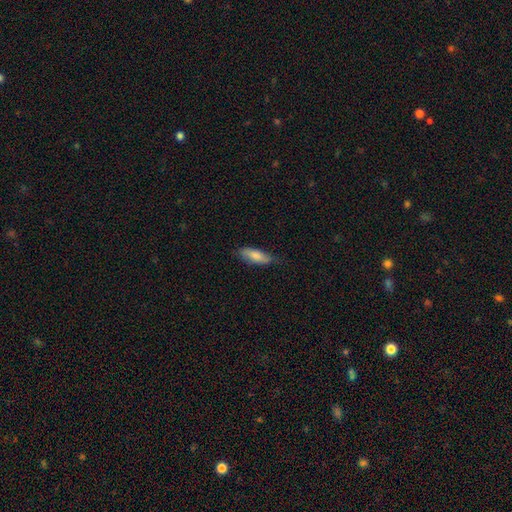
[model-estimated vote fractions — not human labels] Smooth or featured?
  - smooth: 80% *
  - featured or disk: 14%
  - star or artifact: 6%
How rounded?
  - in between: 65% *
  - cigar-shaped: 34%
  - round: 2%
Merging?
  - none: 68% *
  - minor disturbance: 26%
  - major disturbance: 5%
  - merger: 1%